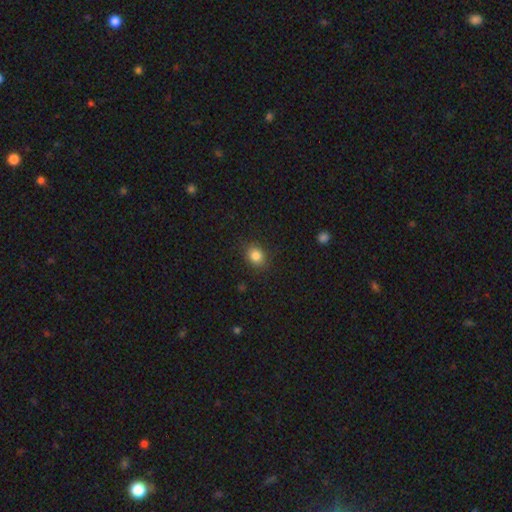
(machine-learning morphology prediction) This appears to be a smooth galaxy with no disk features (84%) that is round (64%). Merging: none (86%).